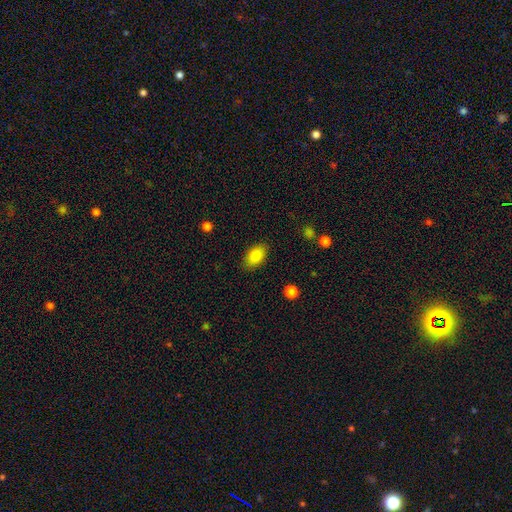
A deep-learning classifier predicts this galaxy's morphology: smooth_or_featured: smooth (p=0.87) [alt: star or artifact p=0.07]
how_rounded: in between (p=0.91) [alt: round p=0.07]
merging: none (p=0.86) [alt: minor disturbance p=0.10]